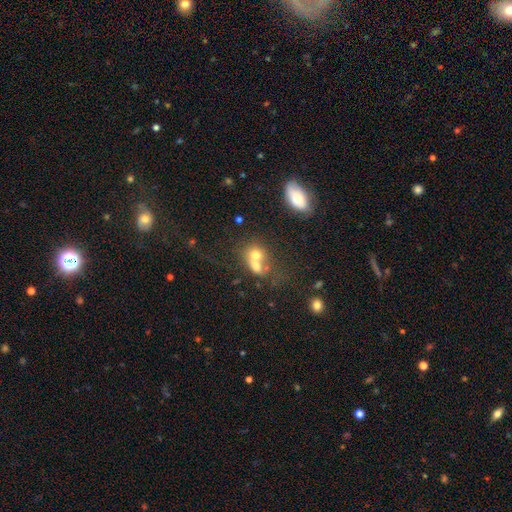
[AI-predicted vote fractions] A smooth galaxy with no disk features (63%) that is round (56%). Merging: merger (66%).